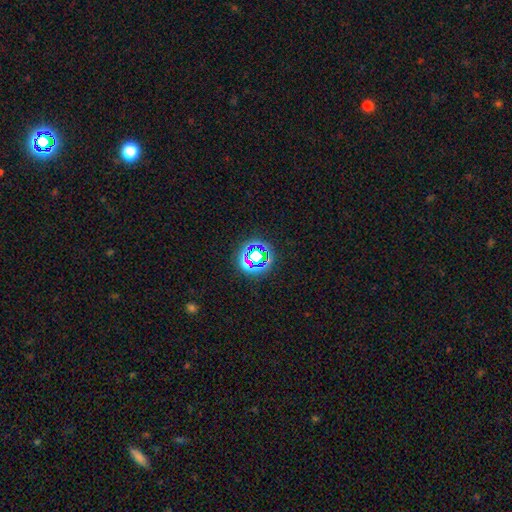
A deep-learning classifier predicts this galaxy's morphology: smooth-or-featured: star or artifact: 59% | smooth: 27% | featured or disk: 14%